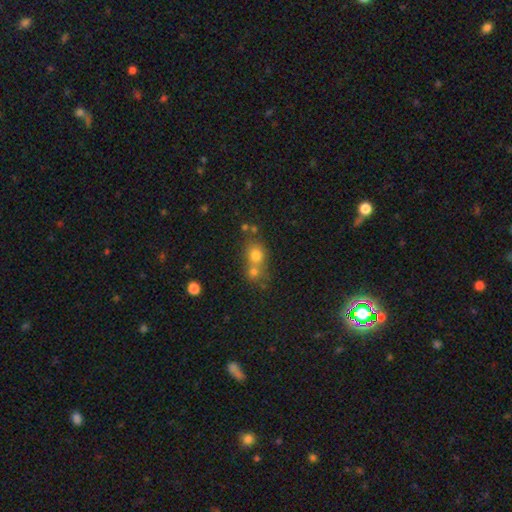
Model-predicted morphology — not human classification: Overall: smooth (72%). How rounded: round (69%; in between 30%). Merging: merger (49%; none 39%).